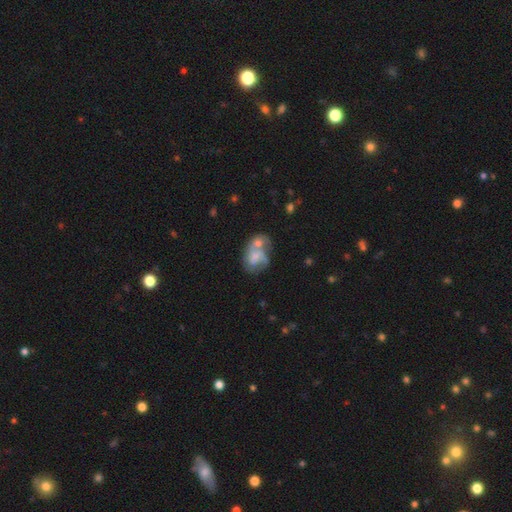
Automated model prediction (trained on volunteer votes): Overall: featured or disk (46%, tied with smooth). Merging: merger (60%).